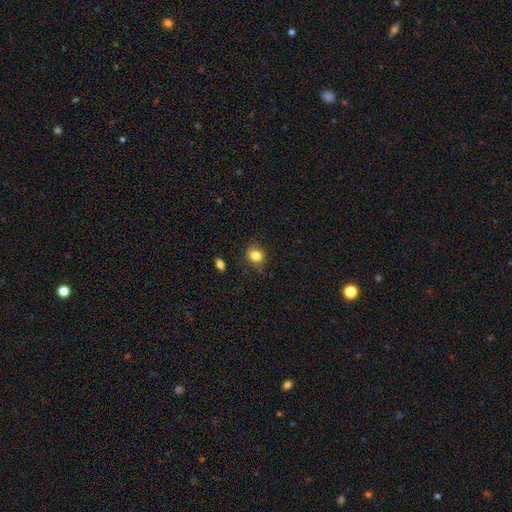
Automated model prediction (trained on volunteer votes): The model was most divided on "how rounded": round: 62%, in between: 37%, cigar-shaped: 1%. More confident: smooth or featured — smooth (82%); merging — none (80%).